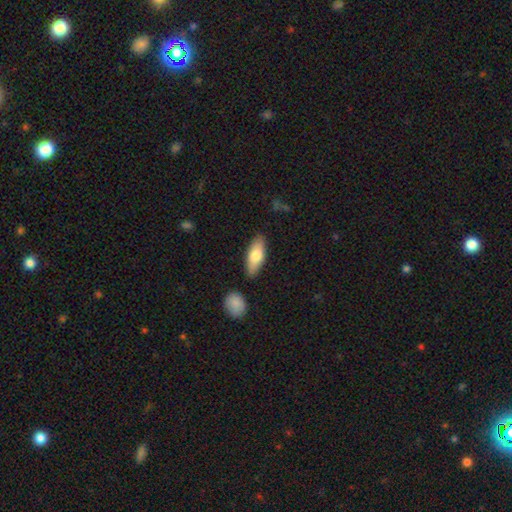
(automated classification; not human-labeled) smooth_or_featured: smooth (p=0.73) [alt: featured or disk p=0.22]
how_rounded: in between (p=0.72) [alt: cigar-shaped p=0.25]
merging: none (p=0.84) [alt: minor disturbance p=0.11]